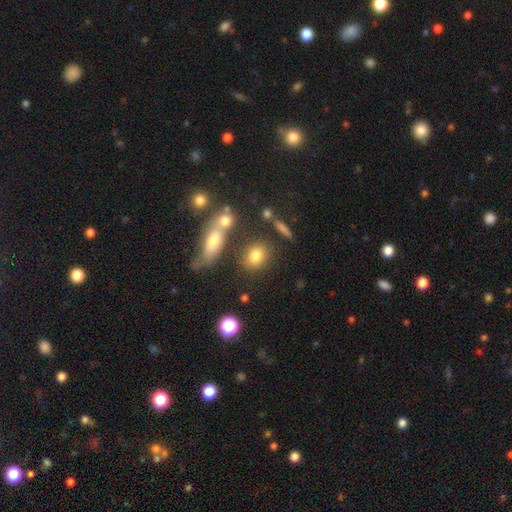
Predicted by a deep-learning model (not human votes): Q: Smooth or featured?
A: smooth (77%); runner-up: star or artifact (12%)
Q: How rounded?
A: round (51%); runner-up: in between (45%)
Q: Merging?
A: none (69%); runner-up: merger (14%)